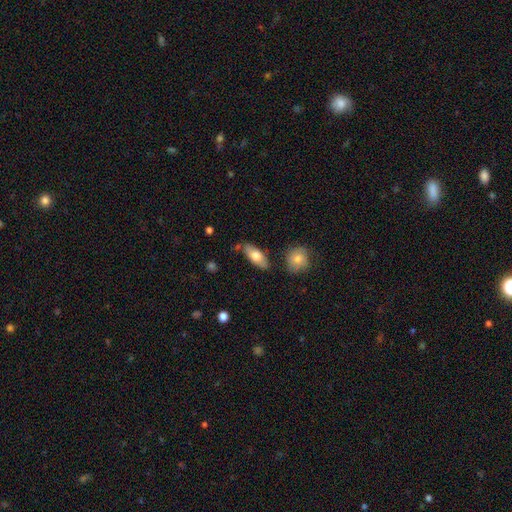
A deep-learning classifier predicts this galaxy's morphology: Smooth or featured? smooth (71%)
How rounded? in between (82%)
Merging? none (77%)